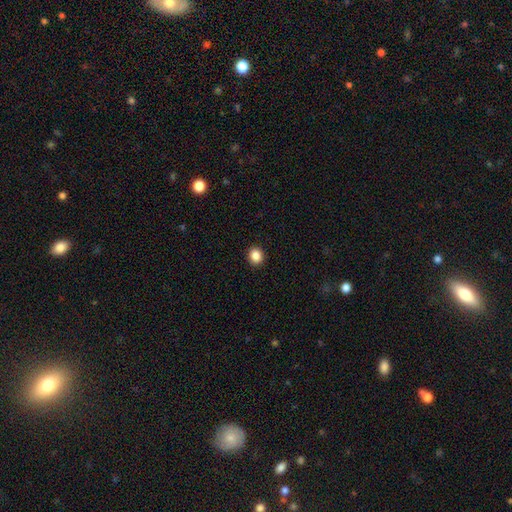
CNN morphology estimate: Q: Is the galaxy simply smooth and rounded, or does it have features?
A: smooth — 87%.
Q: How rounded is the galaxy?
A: round — 74%.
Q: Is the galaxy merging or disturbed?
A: none — 92%.